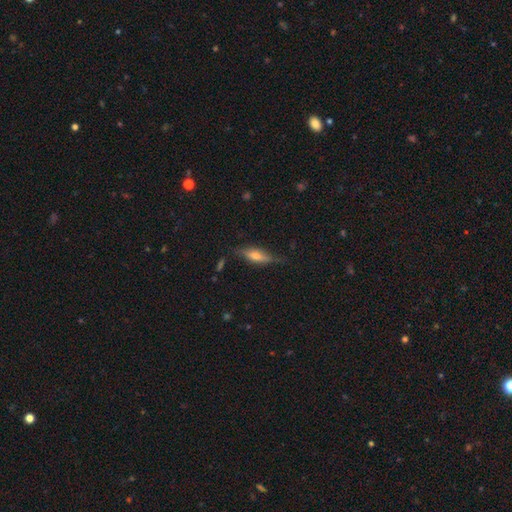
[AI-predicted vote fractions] featured or disk 57%, smooth 35%, star or artifact 8%. Down the decision tree: edge-on disk — yes (91%); edge-on bulge — rounded (84%); merging — none (76%).